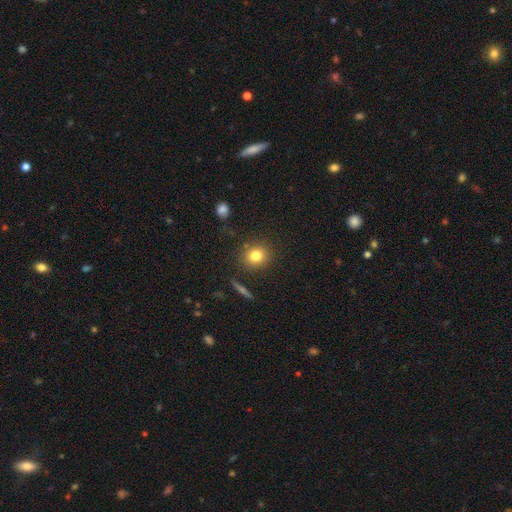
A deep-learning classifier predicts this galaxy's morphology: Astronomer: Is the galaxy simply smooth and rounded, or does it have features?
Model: smooth — 79%.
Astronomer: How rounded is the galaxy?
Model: round — 83%.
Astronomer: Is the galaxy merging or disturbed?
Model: none — 84%.